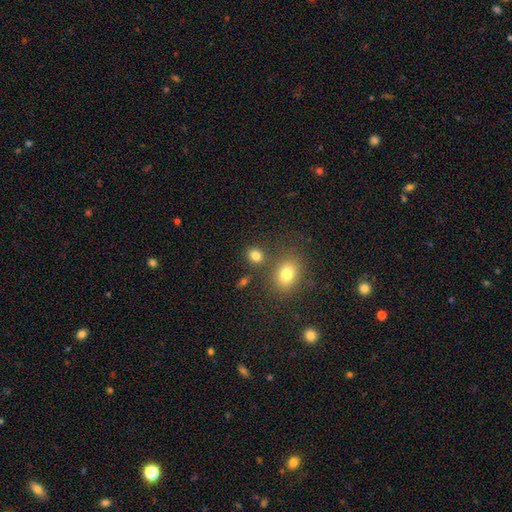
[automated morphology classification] smooth-or-featured: smooth: 81% | star or artifact: 12% | featured or disk: 6%
  how-rounded: round: 57% | in between: 41% | cigar-shaped: 1%
  merging: none: 72% | merger: 14% | minor disturbance: 10% | major disturbance: 4%